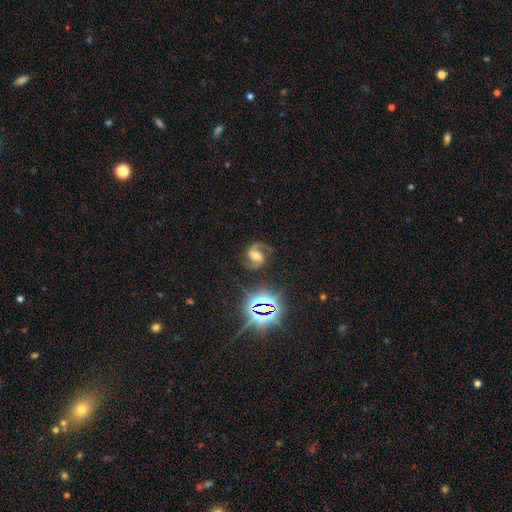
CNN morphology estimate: A featured or disk galaxy (73%) with a weak bar (41%), 2 (88%) medium (55%) spiral arms (95%) and a moderate central bulge (58%). Merging: none (75%).